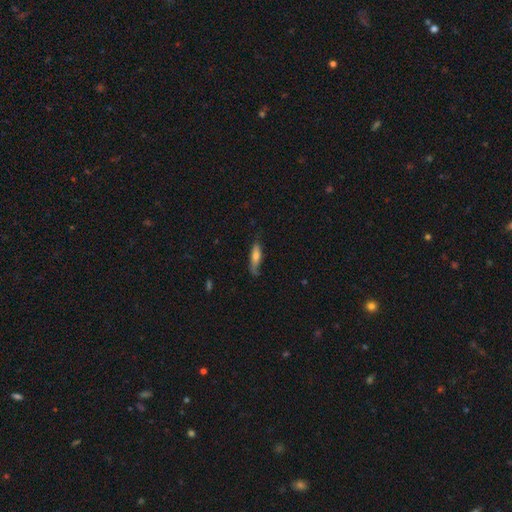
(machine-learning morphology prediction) Smooth or featured?
  - smooth: 67% *
  - featured or disk: 27%
  - star or artifact: 6%
How rounded?
  - cigar-shaped: 65% *
  - in between: 33%
  - round: 2%
Merging?
  - none: 64% *
  - minor disturbance: 27%
  - major disturbance: 7%
  - merger: 2%